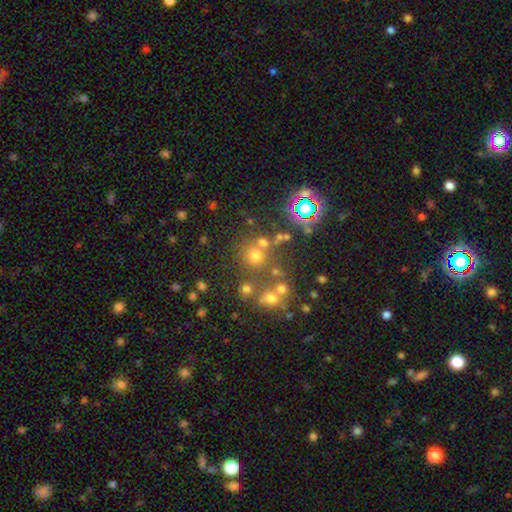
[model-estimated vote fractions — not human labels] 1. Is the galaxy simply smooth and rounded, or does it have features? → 50% smooth, 38% star or artifact, 11% featured or disk.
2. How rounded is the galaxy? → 90% round, 9% in between, 1% cigar-shaped.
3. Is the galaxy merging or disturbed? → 67% none, 19% merger, 9% minor disturbance, 5% major disturbance.